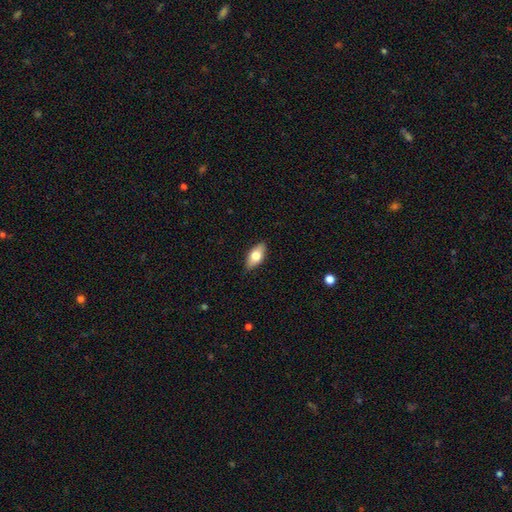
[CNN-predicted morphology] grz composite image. It shows a smooth galaxy with no disk features (69%) that is in between round and cigar-shaped (87%). Merging: none (85%).